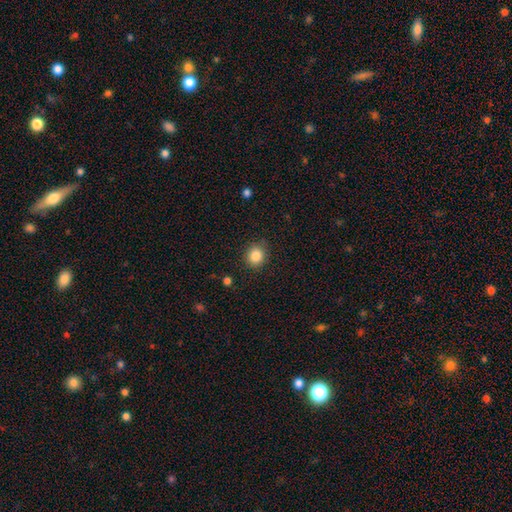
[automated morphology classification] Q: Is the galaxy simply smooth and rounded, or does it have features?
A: smooth — 85%.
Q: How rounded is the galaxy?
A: round — 81%.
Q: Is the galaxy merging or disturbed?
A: none — 87%.